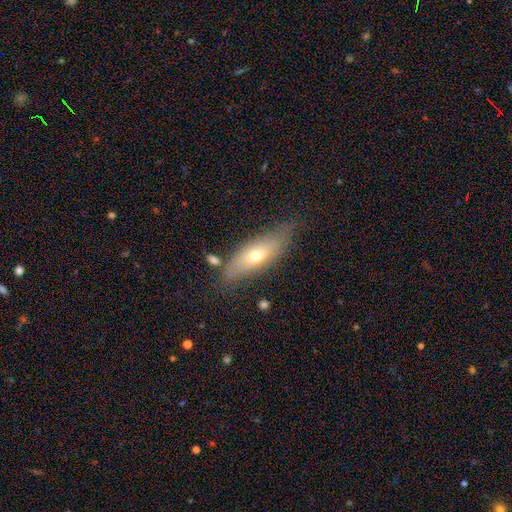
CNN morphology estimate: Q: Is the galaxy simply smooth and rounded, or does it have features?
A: smooth — 56%.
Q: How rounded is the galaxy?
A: in between — 55%.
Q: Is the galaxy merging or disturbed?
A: none — 71%.